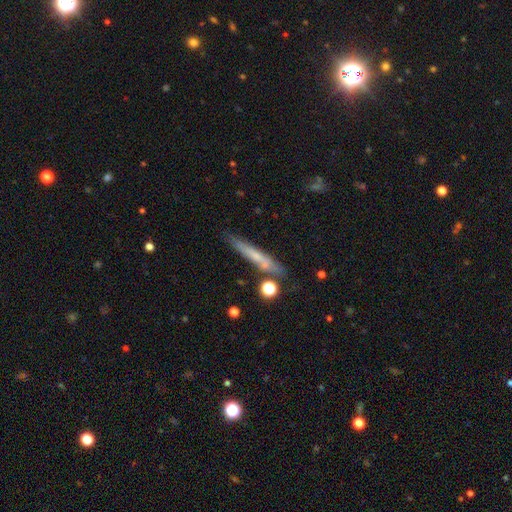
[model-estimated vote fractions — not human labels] Overall: smooth (54%; featured or disk 38%). How rounded: cigar-shaped (92%). Merging: none (74%).